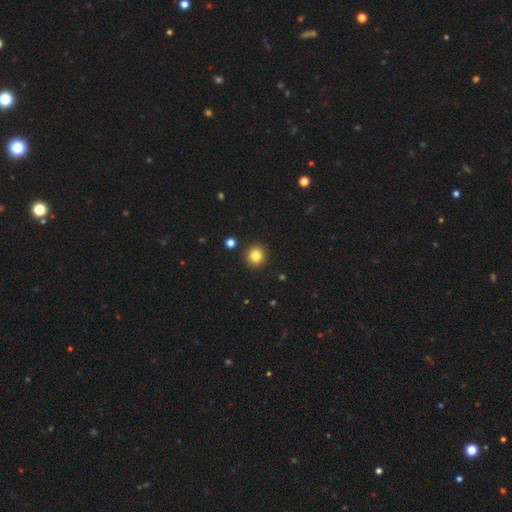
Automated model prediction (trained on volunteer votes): The model was most divided on "smooth or featured": smooth: 82%, star or artifact: 12%, featured or disk: 6%. More confident: how rounded — round (94%); merging — none (92%).